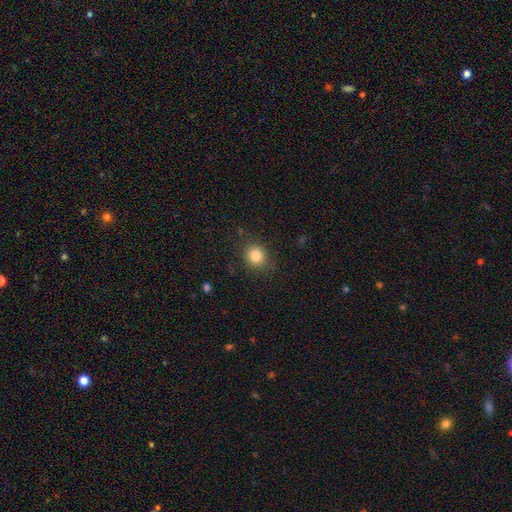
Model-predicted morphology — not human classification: Smooth or featured? smooth (83%)
How rounded? round (81%)
Merging? none (83%)